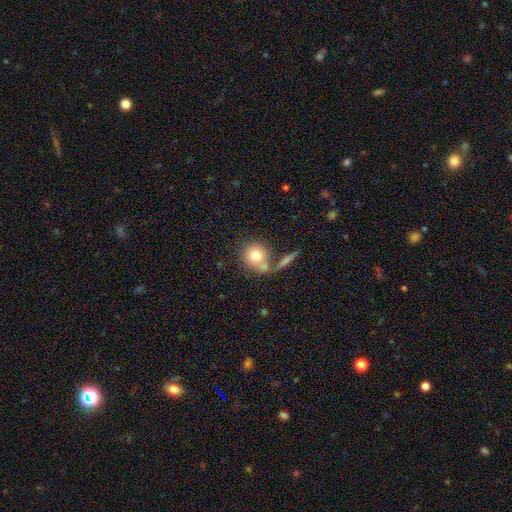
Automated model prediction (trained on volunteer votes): Smooth or featured? Predicted: smooth (p=0.76). How rounded? Predicted: round (p=0.83). Merging? Predicted: none (p=0.50).